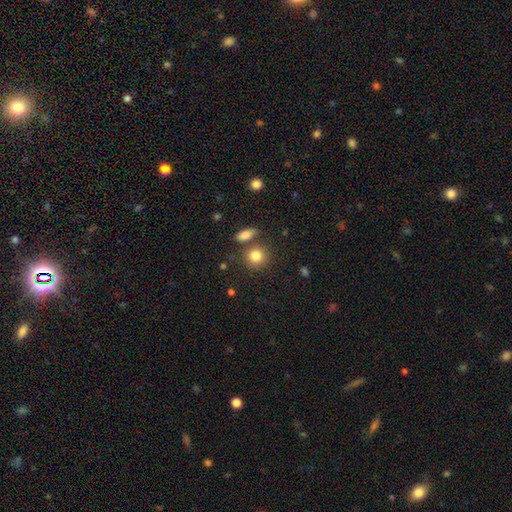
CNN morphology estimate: The model was most divided on "merging": none: 71%, merger: 15%, minor disturbance: 10%, major disturbance: 4%. More confident: smooth or featured — smooth (83%); how rounded — round (81%).